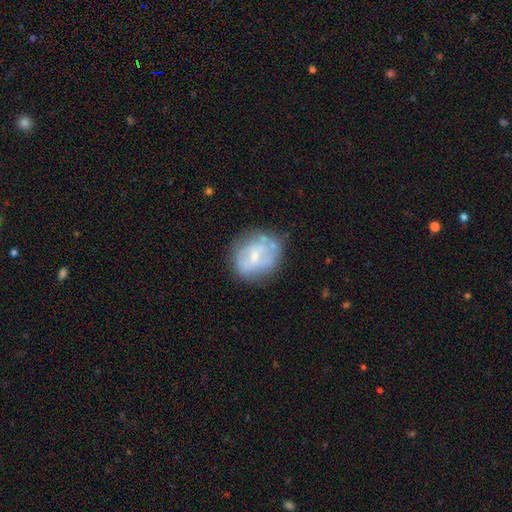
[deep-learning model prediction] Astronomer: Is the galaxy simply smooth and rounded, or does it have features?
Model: featured or disk — 54% (runner-up: smooth, 38%).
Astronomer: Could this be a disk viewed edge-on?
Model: no — 97%.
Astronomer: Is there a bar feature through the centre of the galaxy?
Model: no — 51% (runner-up: weak, 38%).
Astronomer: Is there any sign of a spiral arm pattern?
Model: no — 61% (runner-up: yes, 39%).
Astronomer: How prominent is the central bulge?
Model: small — 54% (runner-up: moderate, 33%).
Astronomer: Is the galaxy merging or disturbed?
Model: none — 58%.